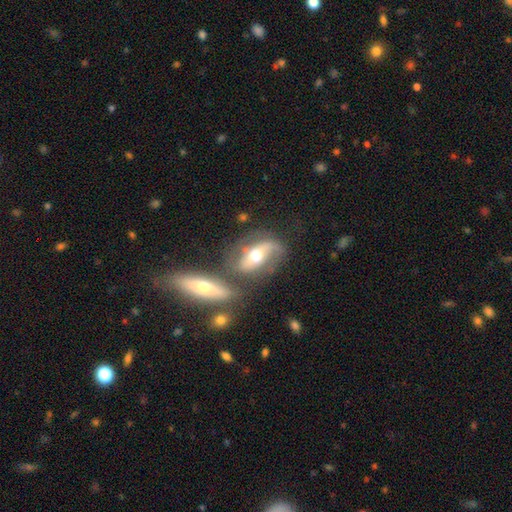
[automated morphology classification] This appears to be a featured or disk galaxy (64%) with no bar (42%), spiral arms (77%) and a moderate central bulge (71%). Merging: none (46%).